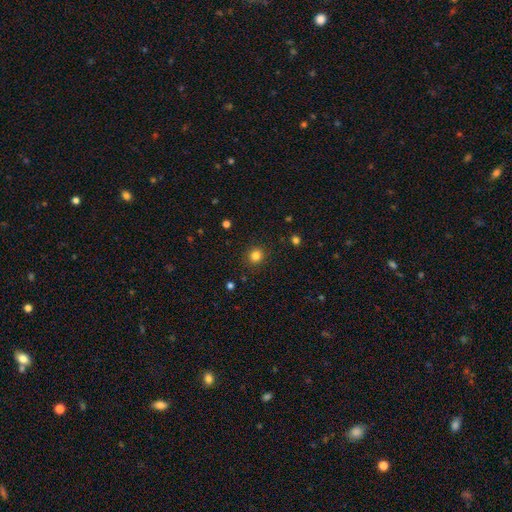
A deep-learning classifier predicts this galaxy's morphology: This is clearly a smooth galaxy (82%). How rounded: clearly round (89%). Merging: clearly none (90%).